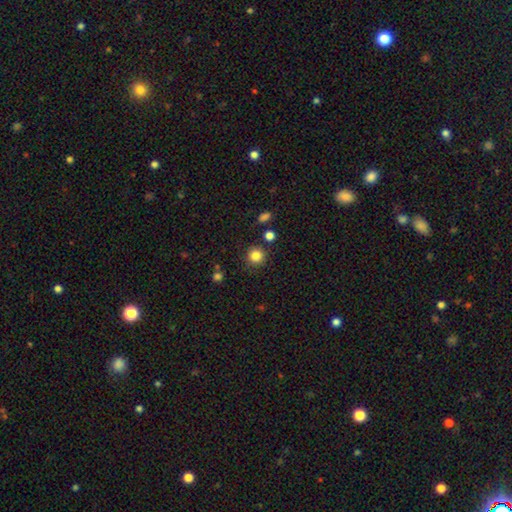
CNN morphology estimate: Overall: smooth (84%). How rounded: round (93%). Merging: none (86%).